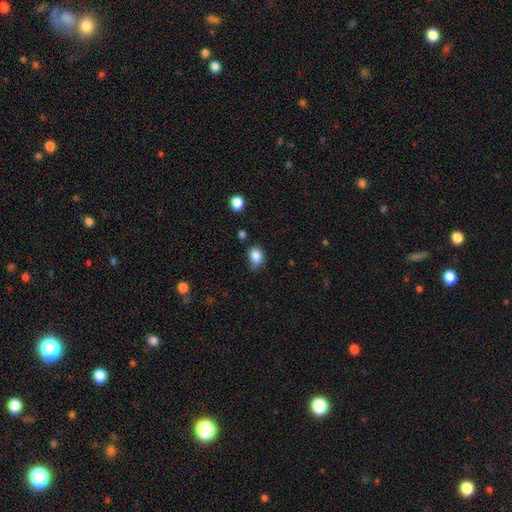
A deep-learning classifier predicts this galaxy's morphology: smooth-or-featured: smooth: 85% | star or artifact: 10% | featured or disk: 5%
  how-rounded: in between: 64% | round: 35% | cigar-shaped: 1%
  merging: none: 54% | minor disturbance: 35% | major disturbance: 8% | merger: 4%